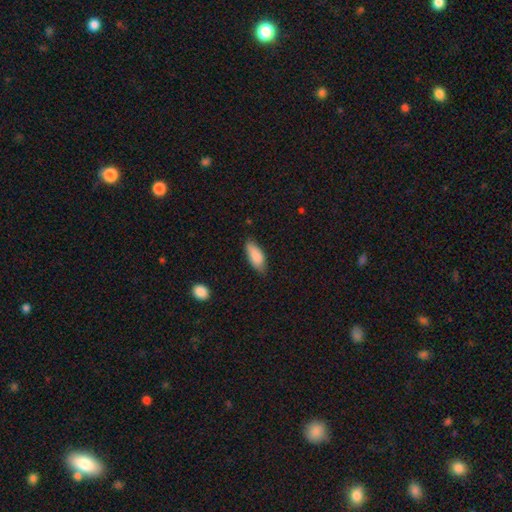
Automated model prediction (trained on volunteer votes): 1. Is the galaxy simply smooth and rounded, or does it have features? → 87% smooth, 7% featured or disk, 6% star or artifact.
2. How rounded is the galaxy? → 80% in between, 18% cigar-shaped, 2% round.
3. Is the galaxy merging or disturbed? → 72% none, 23% minor disturbance, 4% major disturbance, 1% merger.